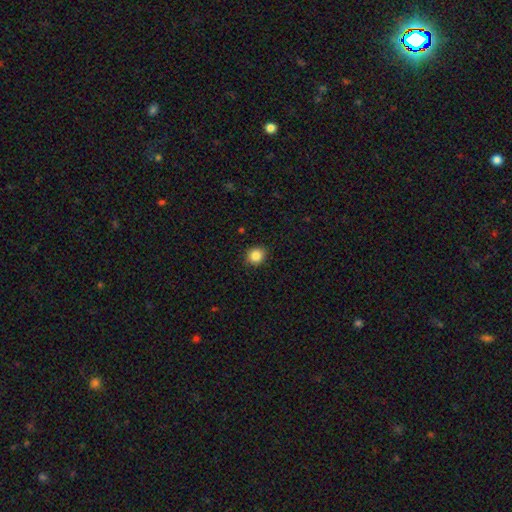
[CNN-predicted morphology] type=smooth (86%); roundness=round (79%); merging=none (90%).